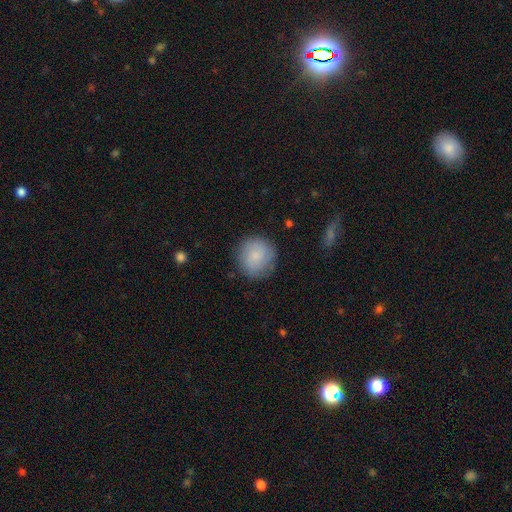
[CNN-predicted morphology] This appears to be a smooth galaxy with no disk features (75%) that is round (91%). Merging: none (83%).